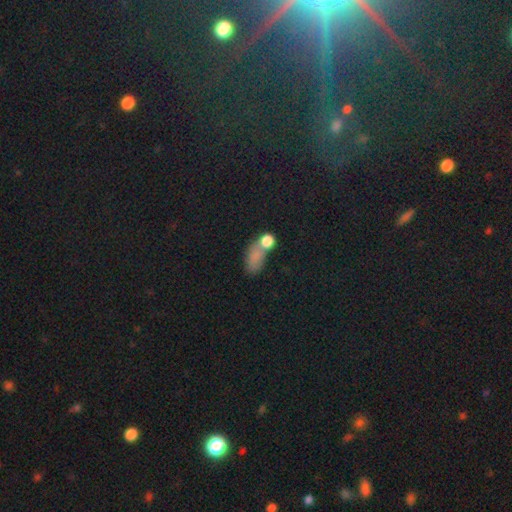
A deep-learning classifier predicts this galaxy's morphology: Smooth or featured?
  - smooth: 74% *
  - star or artifact: 16%
  - featured or disk: 11%
How rounded?
  - in between: 73% *
  - round: 19%
  - cigar-shaped: 8%
Merging?
  - merger: 38% *
  - none: 31%
  - minor disturbance: 16%
  - major disturbance: 15%